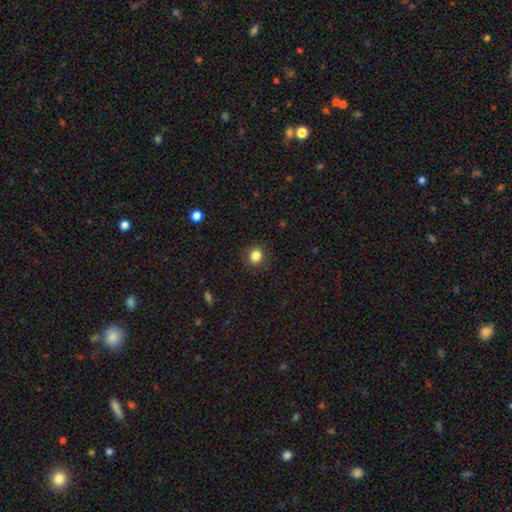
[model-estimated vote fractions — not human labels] Q: Smooth or featured?
A: smooth (85%); runner-up: star or artifact (11%)
Q: How rounded?
A: round (87%); runner-up: in between (12%)
Q: Merging?
A: none (89%); runner-up: minor disturbance (7%)